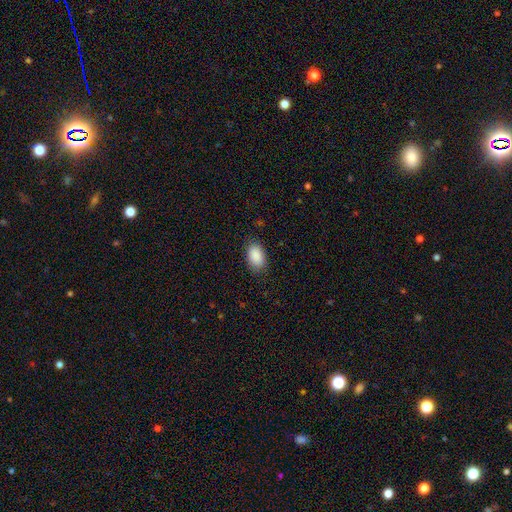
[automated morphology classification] smooth-or-featured: smooth: 90% | star or artifact: 7% | featured or disk: 3%
  how-rounded: in between: 91% | round: 8% | cigar-shaped: 1%
  merging: none: 84% | minor disturbance: 12% | major disturbance: 3% | merger: 1%